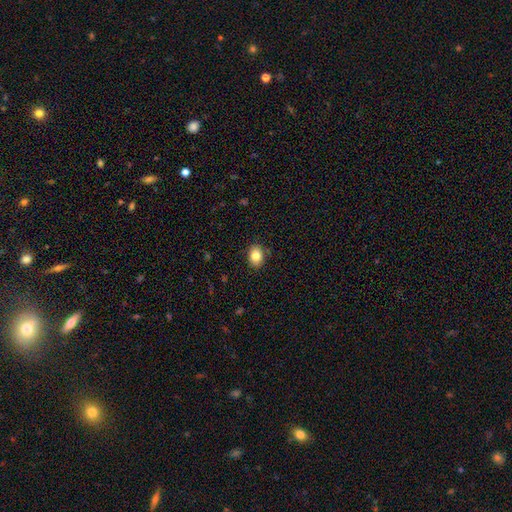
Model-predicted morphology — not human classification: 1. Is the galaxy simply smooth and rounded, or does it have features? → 84% smooth, 9% star or artifact, 7% featured or disk.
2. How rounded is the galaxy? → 65% in between, 34% round, 1% cigar-shaped.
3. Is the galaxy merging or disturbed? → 87% none, 10% minor disturbance, 2% major disturbance, 1% merger.